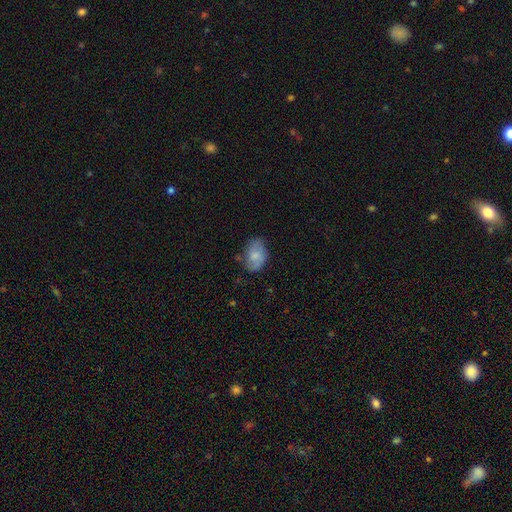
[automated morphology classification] Smooth or featured? smooth (67%)
How rounded? in between (84%)
Merging? none (61%)